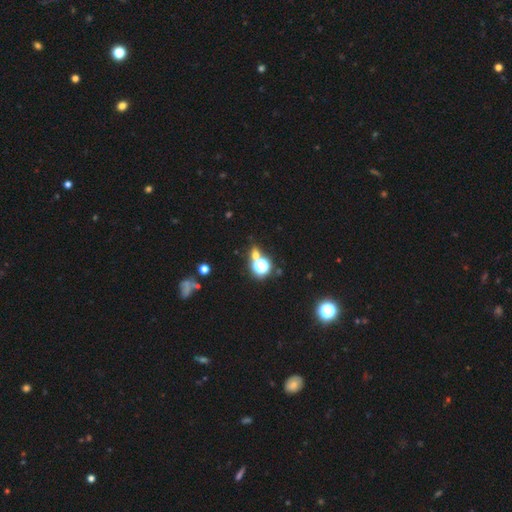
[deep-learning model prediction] Smooth or featured: star or artifact — 49% (smooth — 42%)